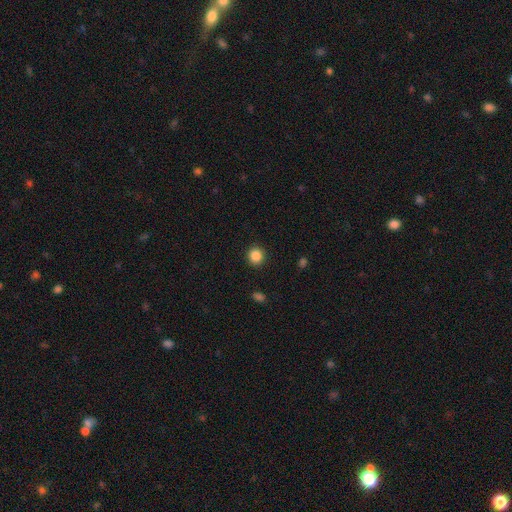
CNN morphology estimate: smooth 86%, star or artifact 10%, featured or disk 3%. Down the decision tree: how rounded — round (91%); merging — none (91%).